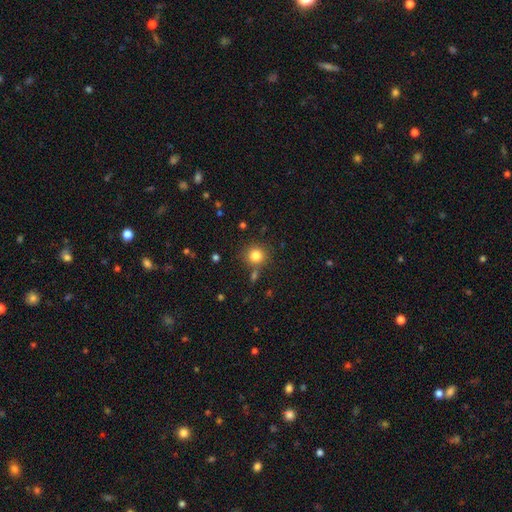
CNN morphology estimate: Smooth or featured? smooth (81%)
How rounded? round (91%)
Merging? none (80%)